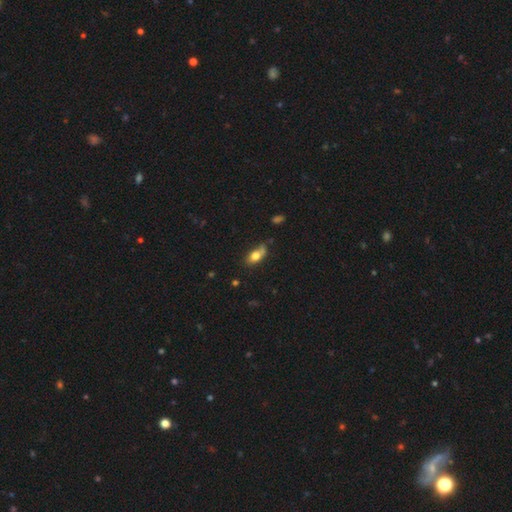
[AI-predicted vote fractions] smooth_or_featured: smooth (p=0.73) [alt: featured or disk p=0.18]
how_rounded: in between (p=0.81) [alt: cigar-shaped p=0.10]
merging: none (p=0.50) [alt: minor disturbance p=0.30]